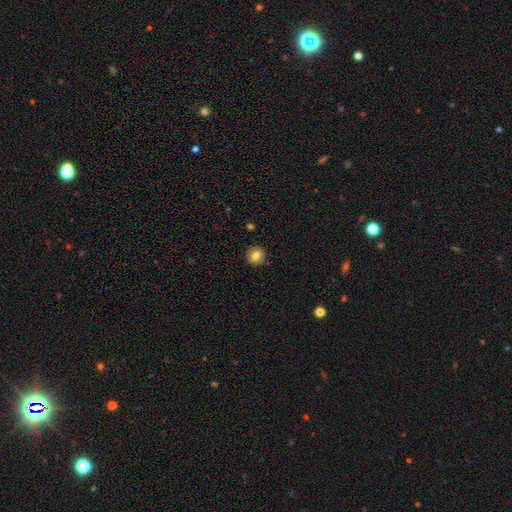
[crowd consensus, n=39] smooth-or-featured: smooth: 82% | featured or disk: 13% | star or artifact: 5%
  how-rounded: round: 94% | in between: 6% | cigar-shaped: 0%
  merging: none: 100% | minor disturbance: 0% | major disturbance: 0% | merger: 0%